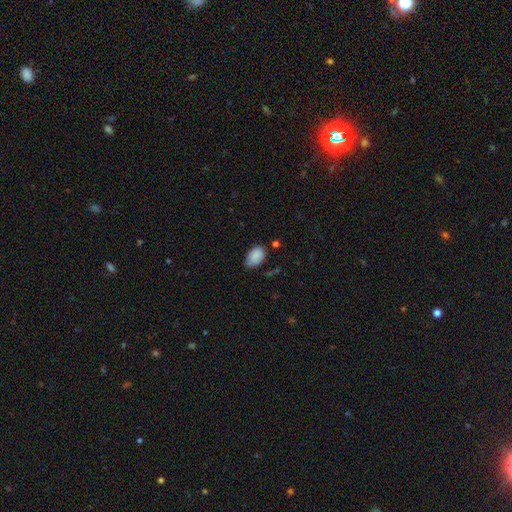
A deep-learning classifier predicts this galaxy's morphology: A smooth galaxy with no disk features (87%) that is in between round and cigar-shaped (88%). Merging: none (61%).